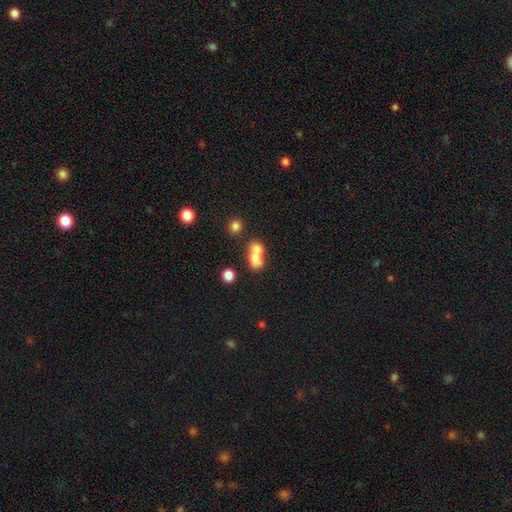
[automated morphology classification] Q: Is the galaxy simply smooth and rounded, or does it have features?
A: smooth — 69%.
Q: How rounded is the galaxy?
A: in between — 58%.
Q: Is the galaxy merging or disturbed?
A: merger — 66%.